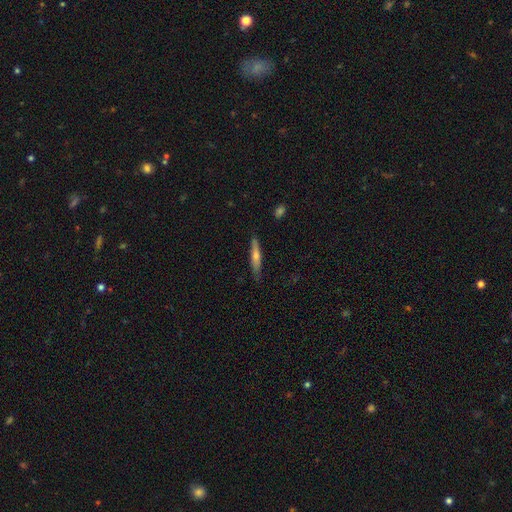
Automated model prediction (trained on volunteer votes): A smooth galaxy with no disk features (48%). Merging: none (87%).